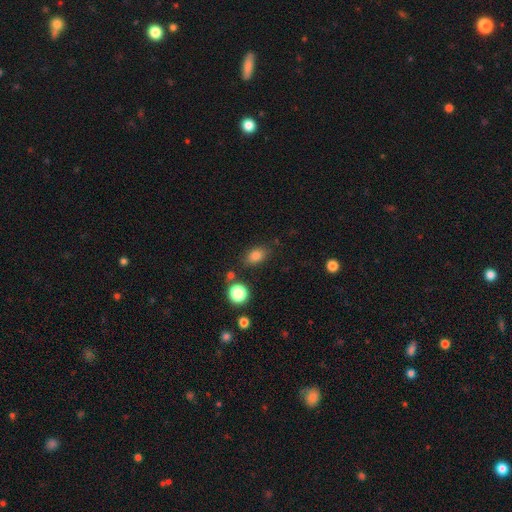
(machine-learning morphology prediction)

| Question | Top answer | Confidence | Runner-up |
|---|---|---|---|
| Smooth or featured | smooth | 82% | star or artifact (12%) |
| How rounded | in between | 82% | round (16%) |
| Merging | none | 79% | minor disturbance (12%) |